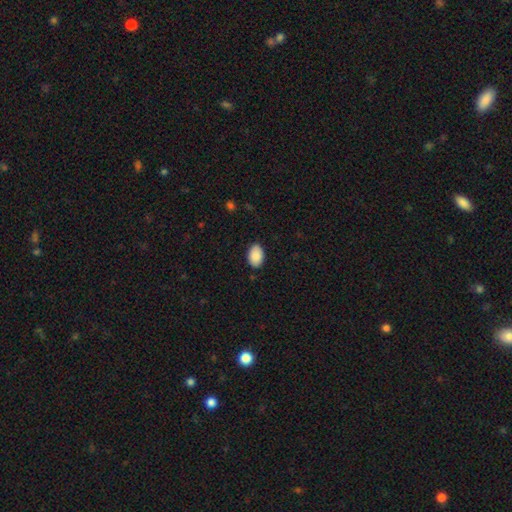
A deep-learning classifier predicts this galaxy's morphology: Smooth or featured?
  - smooth: 89% *
  - star or artifact: 6%
  - featured or disk: 4%
How rounded?
  - in between: 90% *
  - round: 9%
  - cigar-shaped: 1%
Merging?
  - none: 87% *
  - minor disturbance: 10%
  - major disturbance: 2%
  - merger: 1%